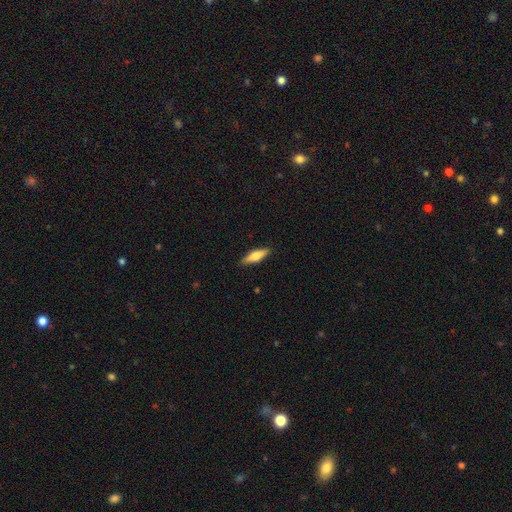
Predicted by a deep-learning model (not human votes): smooth-or-featured: smooth: 61% | featured or disk: 33% | star or artifact: 6%
  how-rounded: cigar-shaped: 59% | in between: 39% | round: 2%
  merging: none: 88% | minor disturbance: 9% | major disturbance: 2% | merger: 1%